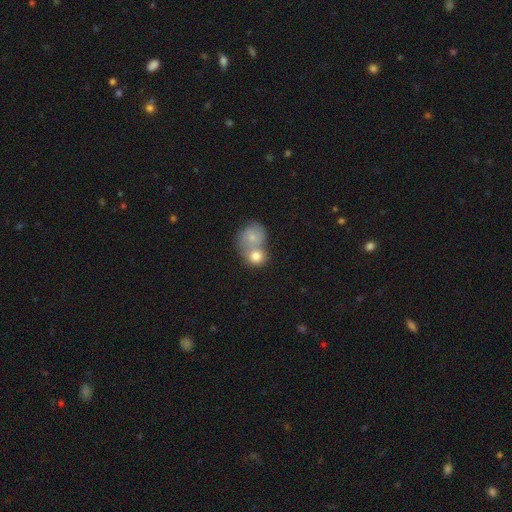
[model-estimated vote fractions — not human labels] Overall: smooth (77%). How rounded: round (75%). Merging: merger (64%; none 27%).